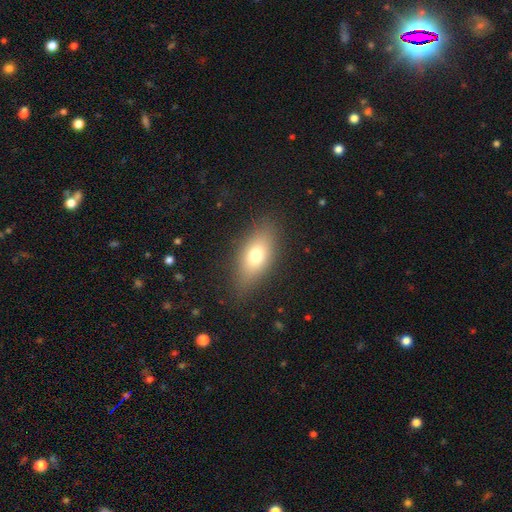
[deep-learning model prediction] A smooth galaxy with no disk features (71%) that is in between round and cigar-shaped (80%).

Vote fractions:
- Smooth or featured? smooth: 71% / featured or disk: 19% / star or artifact: 10%
- How rounded? in between: 80% / cigar-shaped: 10% / round: 9%
- Merging? none: 83% / minor disturbance: 11% / major disturbance: 4% / merger: 1%